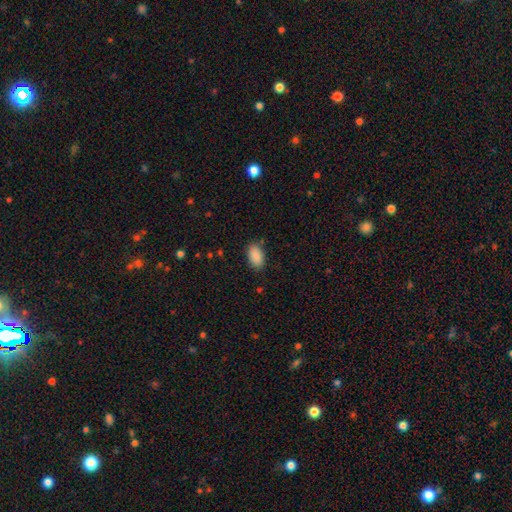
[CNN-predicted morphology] type=smooth (90%); roundness=in between (94%); merging=none (84%).